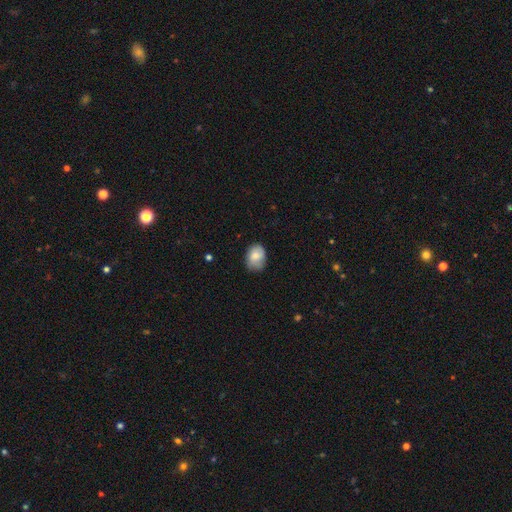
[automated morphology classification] smooth_or_featured: smooth (p=0.74) [alt: featured or disk p=0.18]
how_rounded: in between (p=0.66) [alt: round p=0.33]
merging: none (p=0.62) [alt: minor disturbance p=0.30]